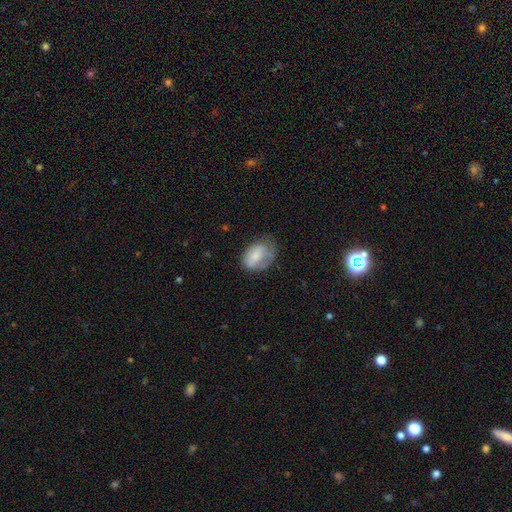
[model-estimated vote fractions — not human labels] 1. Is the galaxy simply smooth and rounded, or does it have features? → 68% smooth, 25% featured or disk, 7% star or artifact.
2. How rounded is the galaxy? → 76% in between, 23% round, 1% cigar-shaped.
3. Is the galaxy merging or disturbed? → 46% none, 33% minor disturbance, 19% major disturbance, 2% merger.